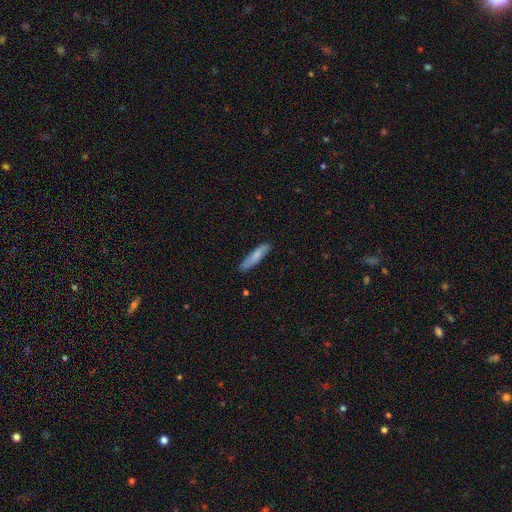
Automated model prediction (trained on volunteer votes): Smooth or featured? Predicted: smooth (p=0.78). How rounded? Predicted: cigar-shaped (p=0.85). Merging? Predicted: none (p=0.83).